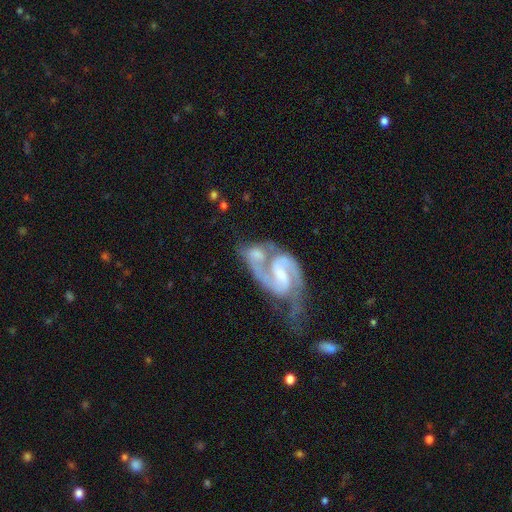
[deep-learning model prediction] This appears to be a featured or disk galaxy (77%) with a weak bar (46%), 2 (89%) medium (55%) spiral arms (93%) and a small central bulge (43%). Merging: merger (59%).